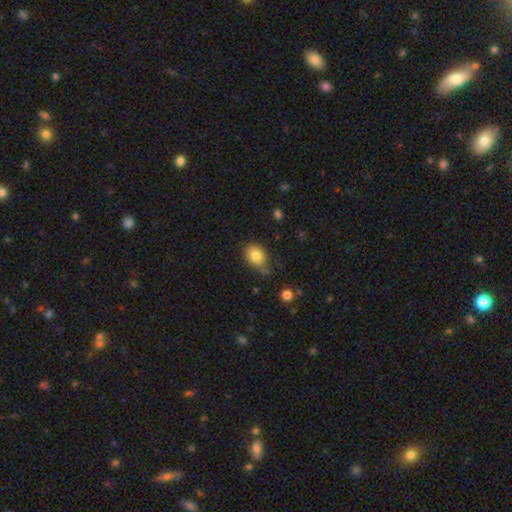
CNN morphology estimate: This is clearly a smooth galaxy (81%). How rounded: likely in between (70%). Merging: possibly none (59%).